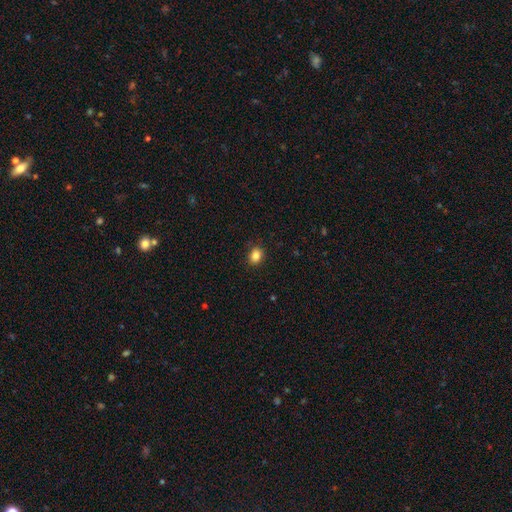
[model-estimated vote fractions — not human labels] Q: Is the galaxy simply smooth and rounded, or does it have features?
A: smooth — 85%.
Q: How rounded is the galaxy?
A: in between — 56%.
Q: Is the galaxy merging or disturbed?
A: none — 86%.